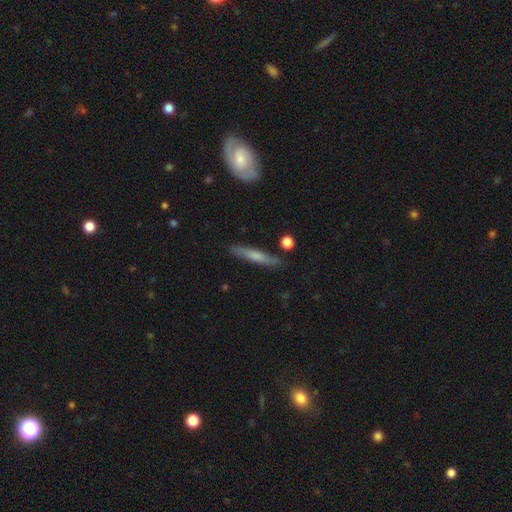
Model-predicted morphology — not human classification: The model was most divided on "smooth or featured": smooth: 57%, featured or disk: 37%, star or artifact: 6%. More confident: how rounded — cigar-shaped (91%); merging — none (85%).